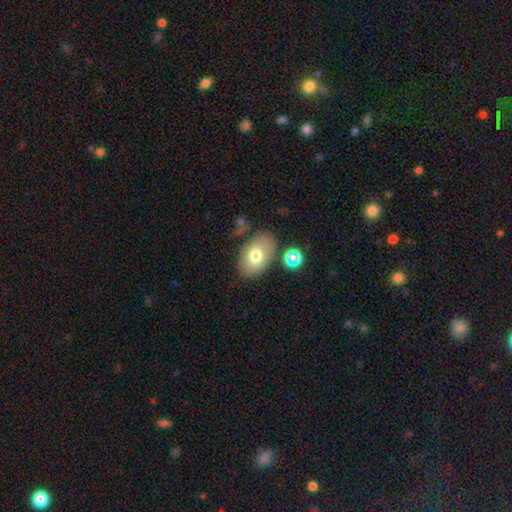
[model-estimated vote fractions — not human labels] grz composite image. It shows a smooth galaxy with no disk features (73%) that is in between round and cigar-shaped (88%). Merging: none (75%).